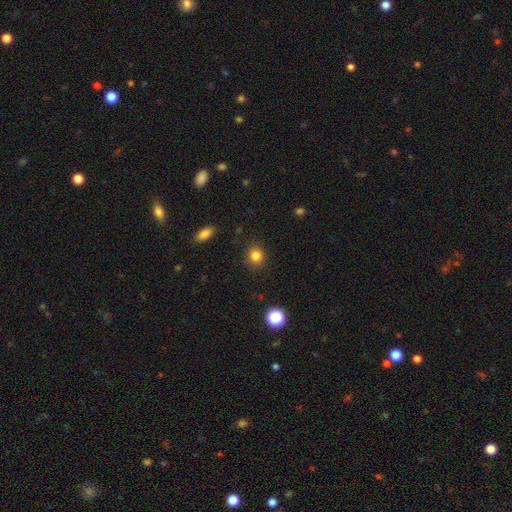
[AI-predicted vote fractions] Smooth or featured: smooth — 83% (star or artifact — 12%)
How rounded: round — 84% (in between — 15%)
Merging: none — 88% (minor disturbance — 8%)